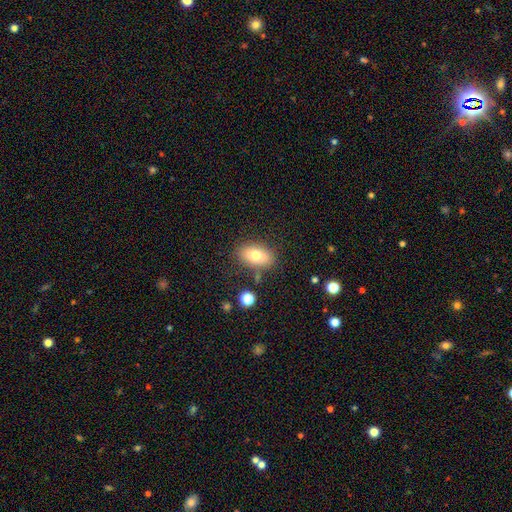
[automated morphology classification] Smooth or featured?
  - smooth: 74% *
  - featured or disk: 17%
  - star or artifact: 9%
How rounded?
  - in between: 88% *
  - round: 10%
  - cigar-shaped: 2%
Merging?
  - none: 79% *
  - minor disturbance: 13%
  - merger: 4%
  - major disturbance: 4%